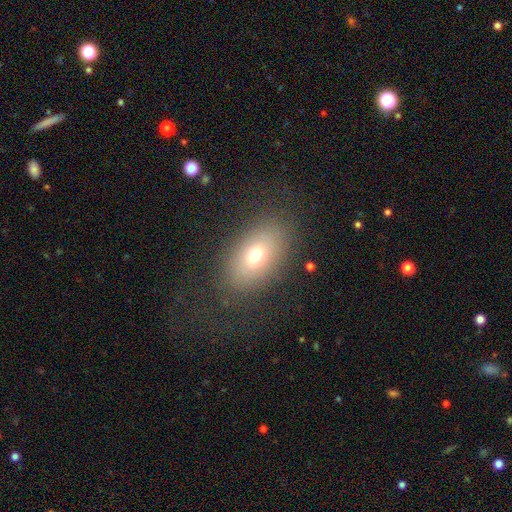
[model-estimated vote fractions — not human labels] Q: Smooth or featured?
A: smooth (67%); runner-up: featured or disk (20%)
Q: How rounded?
A: in between (87%); runner-up: round (11%)
Q: Merging?
A: none (80%); runner-up: minor disturbance (12%)